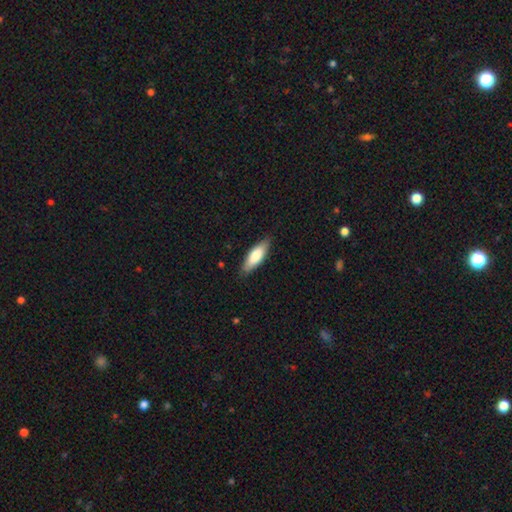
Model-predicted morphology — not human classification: Q: Smooth or featured?
A: smooth (78%); runner-up: featured or disk (16%)
Q: How rounded?
A: in between (61%); runner-up: cigar-shaped (37%)
Q: Merging?
A: none (84%); runner-up: minor disturbance (12%)